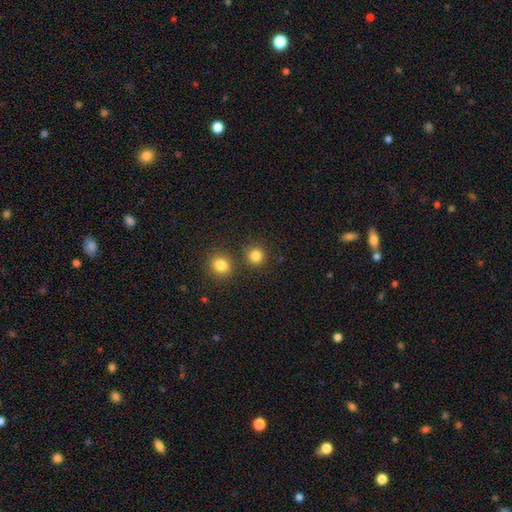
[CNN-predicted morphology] smooth 84%, star or artifact 12%, featured or disk 4%. Down the decision tree: how rounded — round (91%); merging — none (81%).